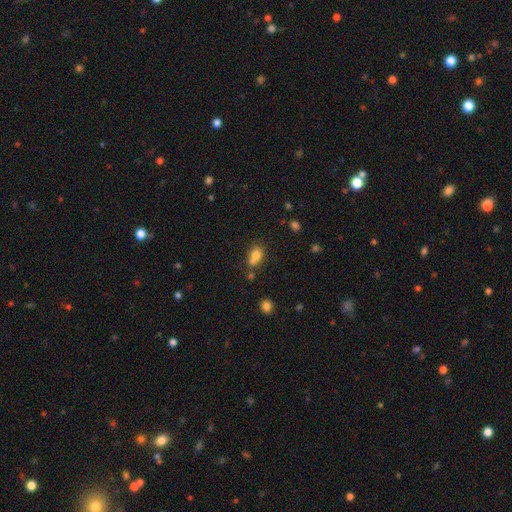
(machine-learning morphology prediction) A smooth galaxy with no disk features (76%) that is in between round and cigar-shaped (58%). Merging: merger (40%).